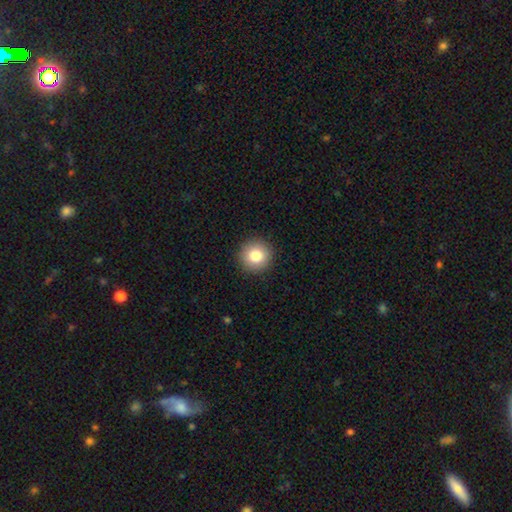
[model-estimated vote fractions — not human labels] Morphology: type=smooth (83%); roundness=round (93%); merging=none (92%).